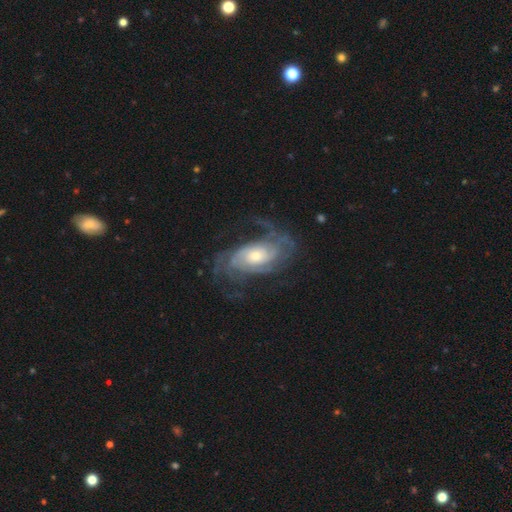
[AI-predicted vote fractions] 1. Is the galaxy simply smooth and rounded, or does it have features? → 85% featured or disk, 10% smooth, 5% star or artifact.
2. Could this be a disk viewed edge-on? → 95% no, 5% yes.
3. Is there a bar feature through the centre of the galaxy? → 68% no, 26% weak, 7% strong.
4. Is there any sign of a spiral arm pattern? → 94% yes, 6% no.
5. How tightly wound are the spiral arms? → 45% tight, 38% medium, 17% loose.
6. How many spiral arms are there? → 32% 2, 31% can't tell, 17% 3, 9% 4, 6% 1, 6% more than 4.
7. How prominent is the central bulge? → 53% moderate, 32% small, 11% large, 2% none, 1% dominant.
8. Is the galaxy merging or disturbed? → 62% none, 18% major disturbance, 18% minor disturbance, 2% merger.